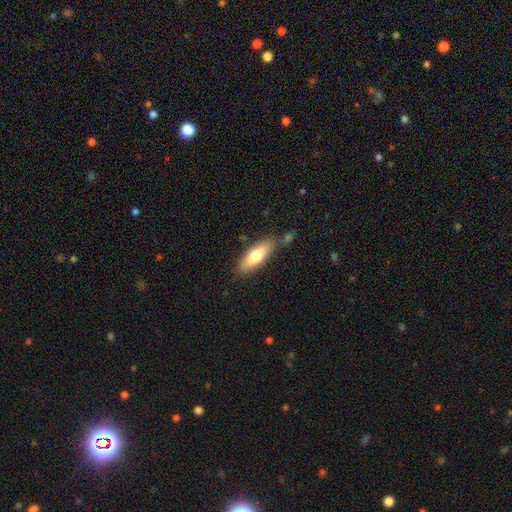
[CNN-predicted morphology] Q: Smooth or featured?
A: smooth (70%); runner-up: featured or disk (24%)
Q: How rounded?
A: in between (55%); runner-up: cigar-shaped (42%)
Q: Merging?
A: none (74%); runner-up: minor disturbance (15%)